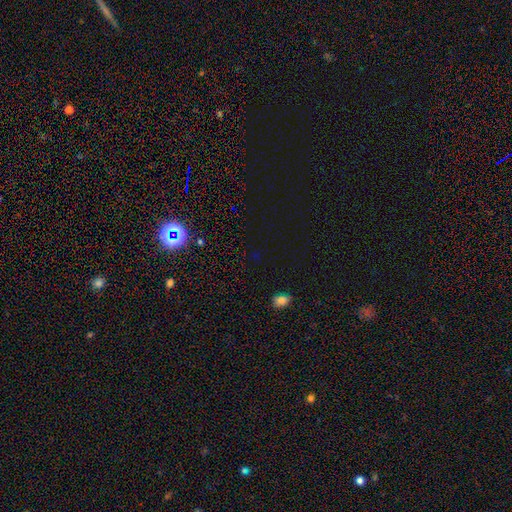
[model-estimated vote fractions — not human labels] Overall: star or artifact (68%).